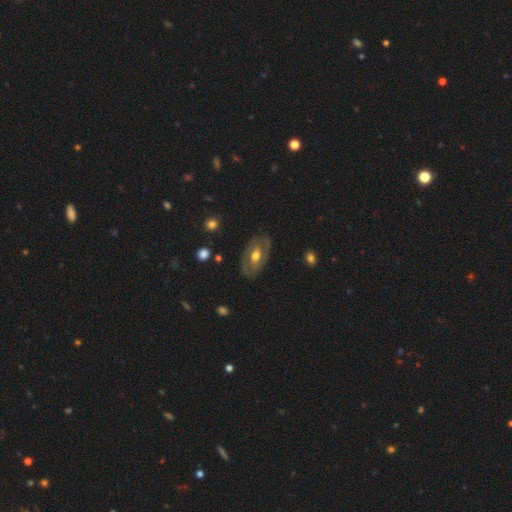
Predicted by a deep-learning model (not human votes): smooth-or-featured: featured or disk: 68% | smooth: 27% | star or artifact: 6%
  disk-edge-on: no: 92% | yes: 8%
    bar: no: 51% | weak: 34% | strong: 16%
    has-spiral-arms: yes: 56% | no: 44%
    bulge-size: moderate: 72% | large: 14% | small: 11% | dominant: 1% | none: 1%
  merging: none: 80% | minor disturbance: 13% | major disturbance: 6% | merger: 1%